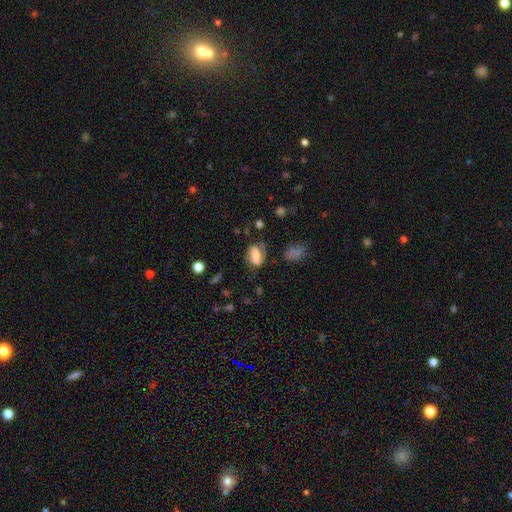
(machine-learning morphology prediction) Smooth or featured: featured or disk — 56% (smooth — 36%)
Edge-on disk: no — 96% (yes — 4%)
Bar: weak — 37% (no — 34%)
Spiral arms: yes — 84% (no — 16%)
Bulge size: moderate — 48% (small — 28%)
Merging: none — 58% (minor disturbance — 24%)